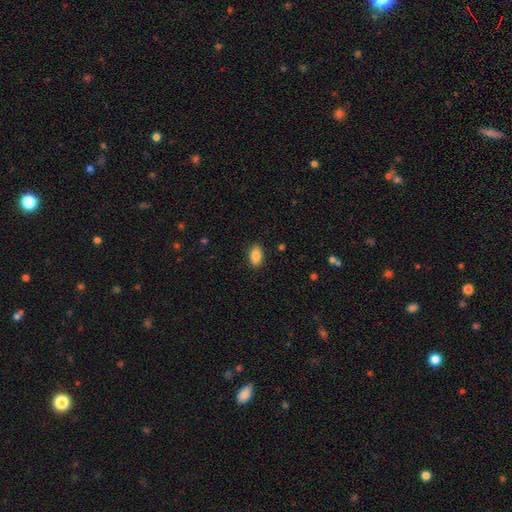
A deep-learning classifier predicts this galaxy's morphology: Q: Smooth or featured?
A: smooth (87%); runner-up: star or artifact (8%)
Q: How rounded?
A: in between (92%); runner-up: round (6%)
Q: Merging?
A: none (89%); runner-up: minor disturbance (8%)